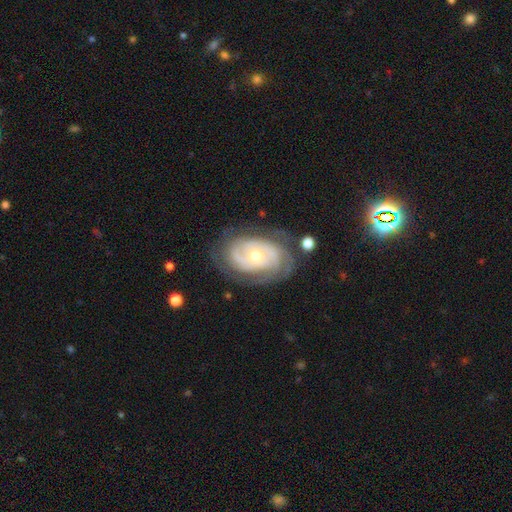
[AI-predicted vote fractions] Smooth or featured: featured or disk — 86% (smooth — 9%)
Edge-on disk: no — 96% (yes — 4%)
Bar: no — 73% (weak — 21%)
Spiral arms: yes — 94% (no — 6%)
Spiral winding: tight — 71% (medium — 23%)
Spiral arm count: can't tell — 31% (2 — 30%)
Bulge size: moderate — 51% (small — 46%)
Merging: none — 70% (minor disturbance — 19%)